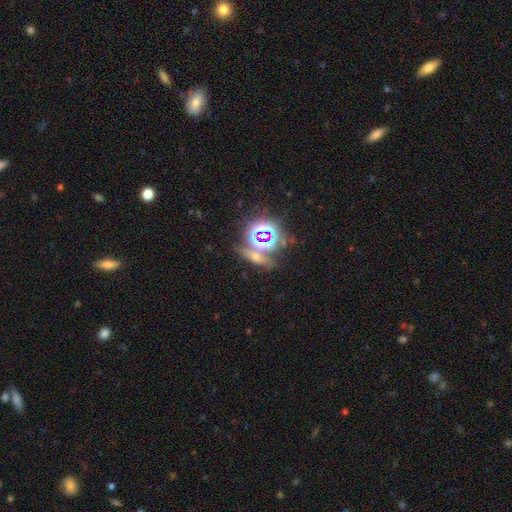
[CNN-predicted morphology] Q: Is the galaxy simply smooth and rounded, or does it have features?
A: star or artifact — 60%.